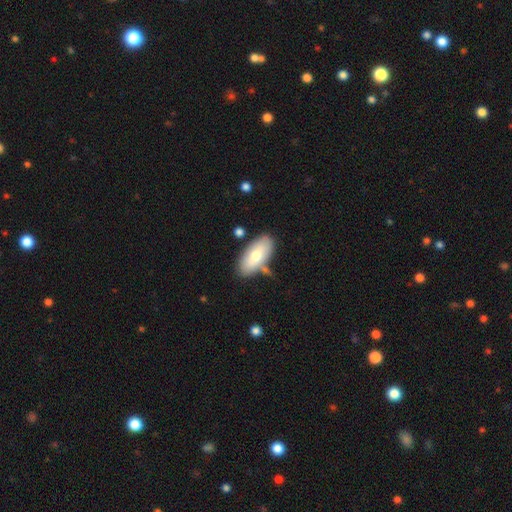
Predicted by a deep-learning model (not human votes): Smooth or featured? Predicted: smooth (p=0.71). How rounded? Predicted: in between (p=0.93). Merging? Predicted: none (p=0.71).